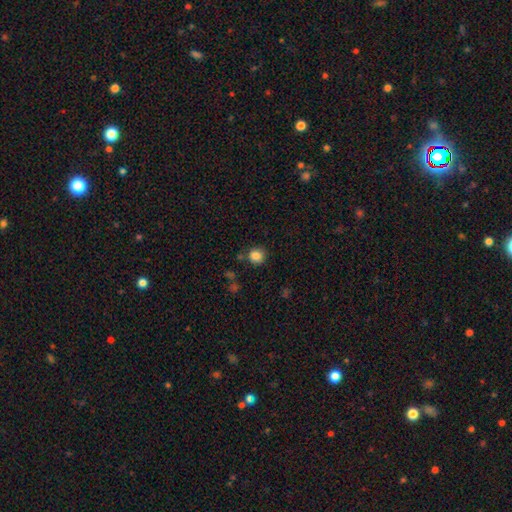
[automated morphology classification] A smooth galaxy with no disk features (85%) that is round (92%). Merging: none (83%).